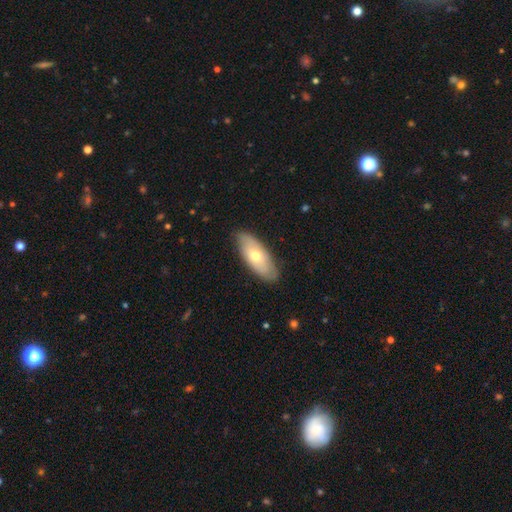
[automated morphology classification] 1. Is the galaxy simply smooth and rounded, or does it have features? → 59% smooth, 35% featured or disk, 6% star or artifact.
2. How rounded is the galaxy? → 81% in between, 16% cigar-shaped, 3% round.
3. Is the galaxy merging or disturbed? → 84% none, 12% minor disturbance, 2% major disturbance, 1% merger.